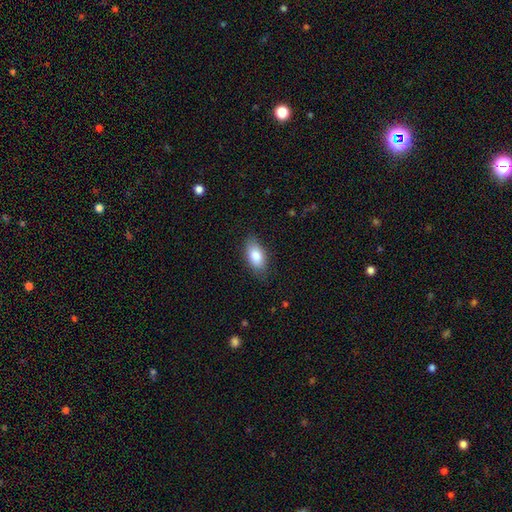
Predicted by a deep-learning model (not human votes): Overall: smooth (83%). How rounded: in between (91%). Merging: none (81%).